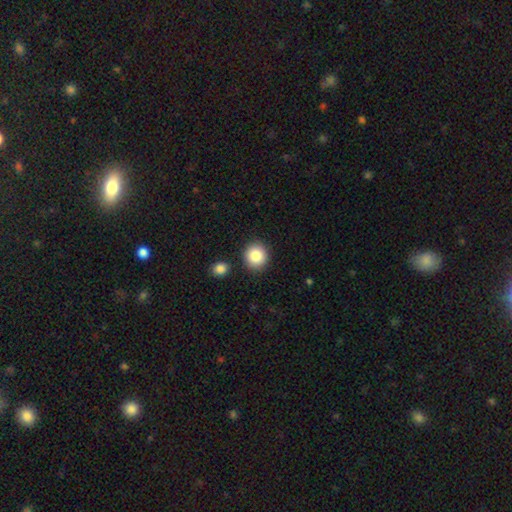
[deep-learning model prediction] Smooth or featured: smooth — 87% (star or artifact — 8%)
How rounded: round — 85% (in between — 14%)
Merging: none — 87% (minor disturbance — 7%)